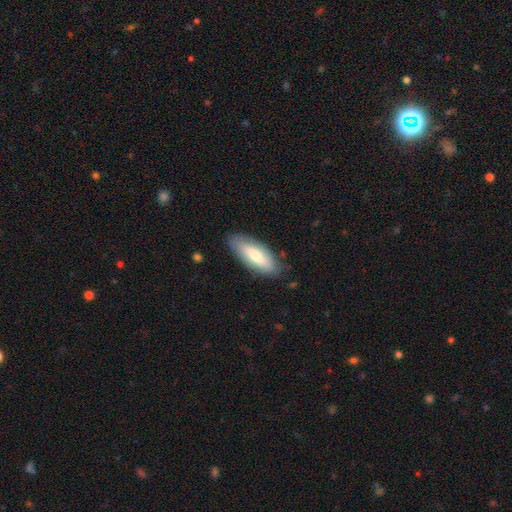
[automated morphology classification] A smooth galaxy with no disk features (66%) that is in between round and cigar-shaped (70%).

Vote fractions:
- Smooth or featured? smooth: 66% / featured or disk: 28% / star or artifact: 6%
- How rounded? in between: 70% / cigar-shaped: 28% / round: 2%
- Merging? none: 84% / minor disturbance: 13% / major disturbance: 3% / merger: 1%